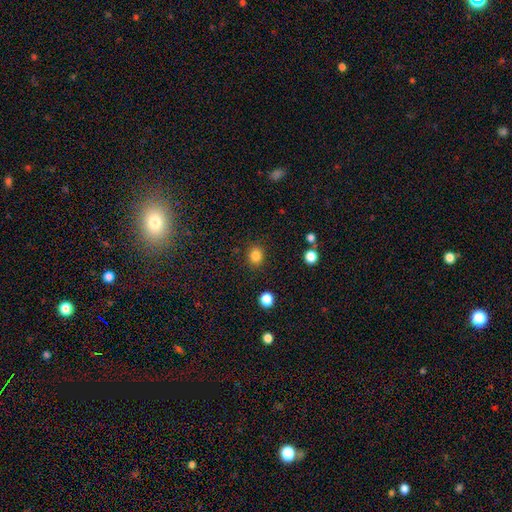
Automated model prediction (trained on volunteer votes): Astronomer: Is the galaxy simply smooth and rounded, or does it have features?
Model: smooth — 84%.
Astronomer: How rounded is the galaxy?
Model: round — 71%.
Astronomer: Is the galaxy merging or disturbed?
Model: none — 88%.